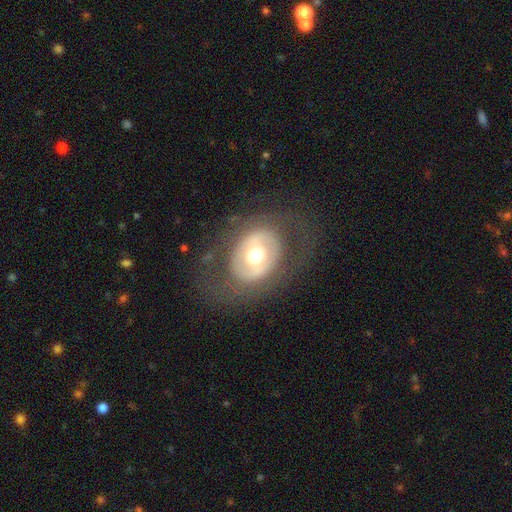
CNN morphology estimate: The model was most divided on "smooth or featured": featured or disk: 57%, smooth: 36%, star or artifact: 7%. More confident: edge-on disk — no (93%); spiral arms — no (83%); merging — none (73%); bulge size — moderate (68%); bar — no (67%).